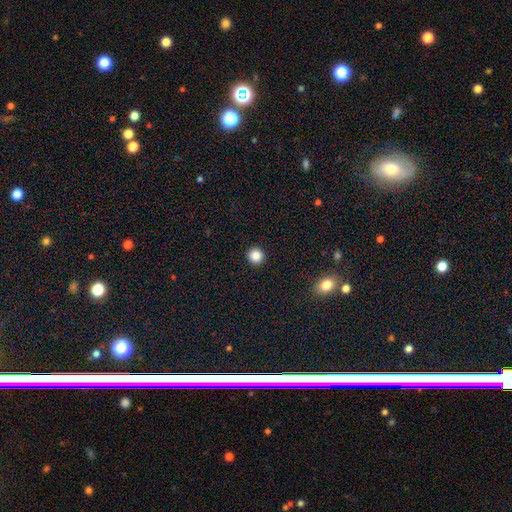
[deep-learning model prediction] This appears to be a smooth galaxy with no disk features (86%) that is round (95%). Merging: none (93%).